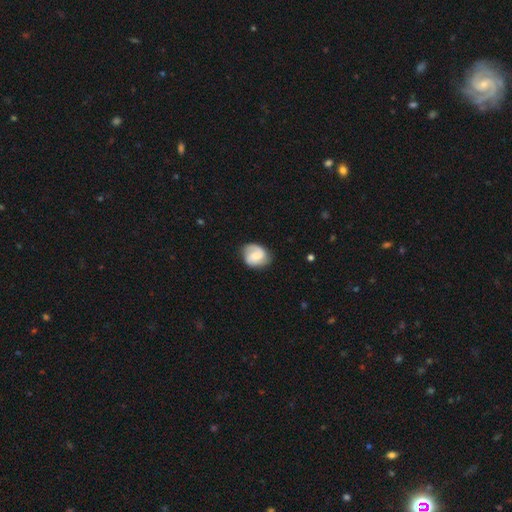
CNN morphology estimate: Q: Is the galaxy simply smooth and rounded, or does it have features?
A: featured or disk — 70%.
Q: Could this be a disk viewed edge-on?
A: no — 98%.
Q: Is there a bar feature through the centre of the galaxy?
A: weak — 48%.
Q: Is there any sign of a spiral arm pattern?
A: yes — 95%.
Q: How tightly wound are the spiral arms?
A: medium — 46%.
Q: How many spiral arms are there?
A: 2 — 81%.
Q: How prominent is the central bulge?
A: small — 39%.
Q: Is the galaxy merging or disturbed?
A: none — 76%.